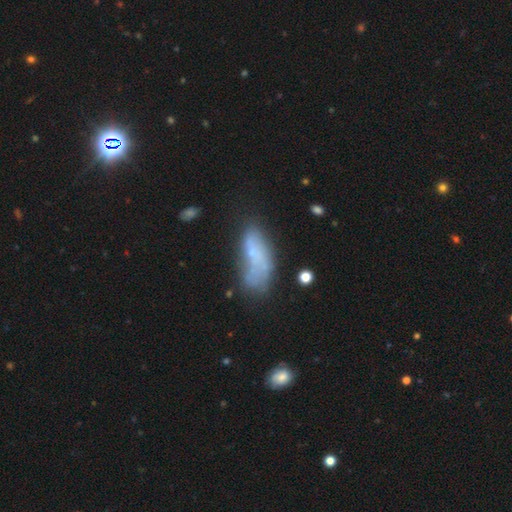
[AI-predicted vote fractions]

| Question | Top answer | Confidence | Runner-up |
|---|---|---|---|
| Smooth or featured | smooth | 53% | featured or disk (35%) |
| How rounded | in between | 76% | cigar-shaped (21%) |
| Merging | none | 35% | minor disturbance (27%) |